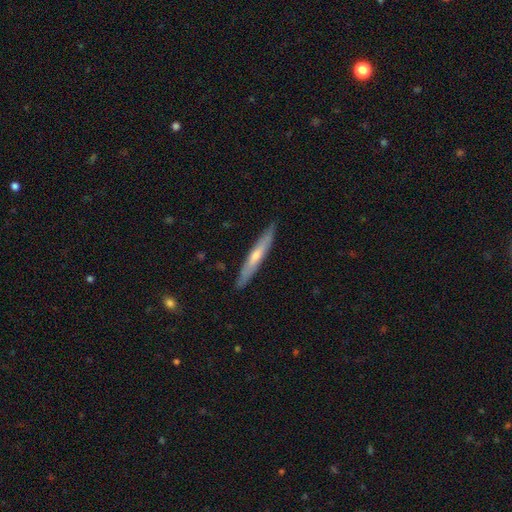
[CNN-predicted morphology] Overall: featured or disk (59%; smooth 34%). Edge-on disk: yes (93%). Edge-on bulge: rounded (76%). Merging: none (90%).